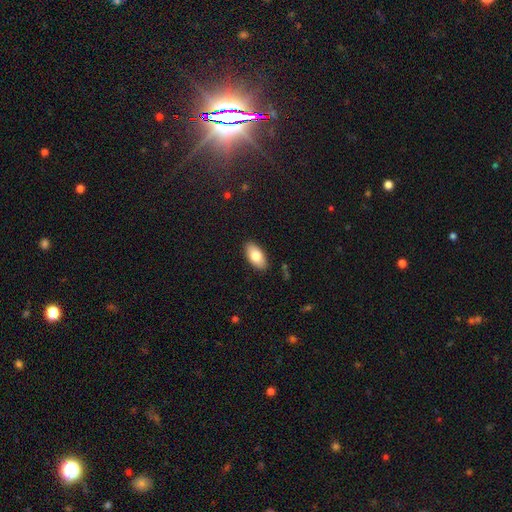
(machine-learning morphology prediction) This appears to be a smooth galaxy with no disk features (79%) that is in between round and cigar-shaped (93%). Merging: none (89%).